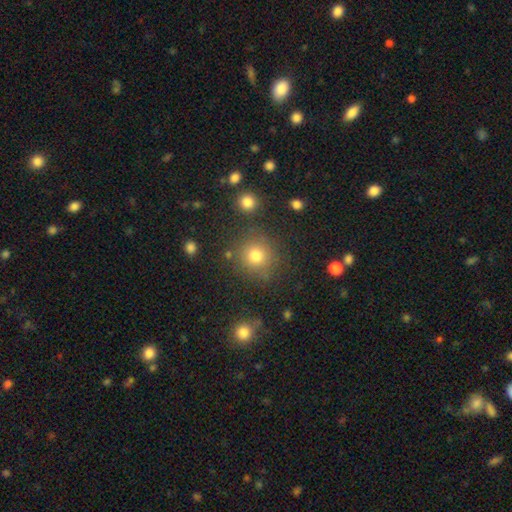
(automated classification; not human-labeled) A smooth galaxy with no disk features (78%) that is round (91%).

Vote fractions:
- Smooth or featured? smooth: 78% / star or artifact: 15% / featured or disk: 7%
- How rounded? round: 91% / in between: 8% / cigar-shaped: 1%
- Merging? none: 83% / minor disturbance: 9% / merger: 5% / major disturbance: 4%